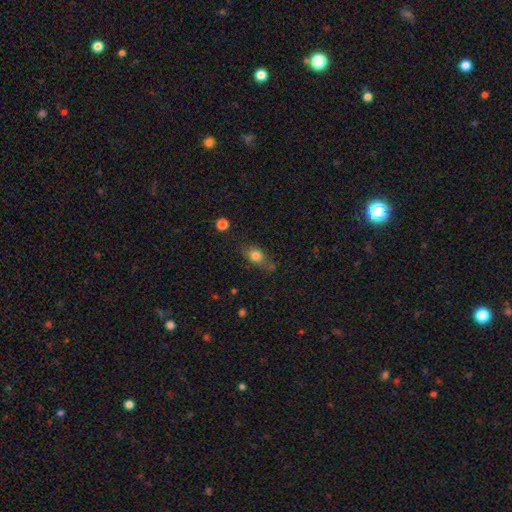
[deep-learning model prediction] Overall: smooth (79%). How rounded: in between (65%; round 30%). Merging: none (60%; minor disturbance 24%).